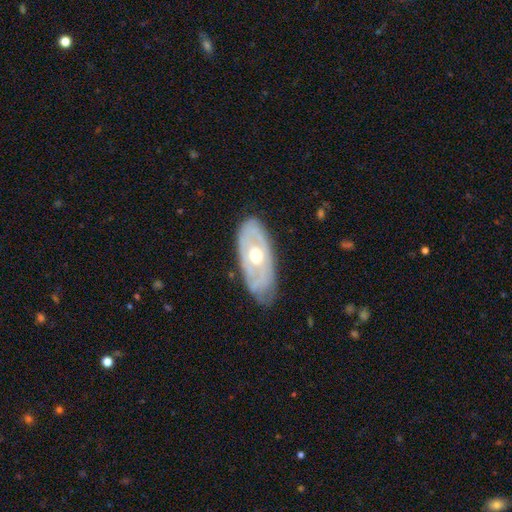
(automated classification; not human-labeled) smooth_or_featured: featured or disk (p=0.71) [alt: smooth p=0.24]
disk_edge_on: no (p=0.85) [alt: yes p=0.15]
bar: no (p=0.83) [alt: weak p=0.13]
has_spiral_arms: no (p=0.54) [alt: yes p=0.46]
bulge_size: moderate (p=0.77) [alt: small p=0.13]
merging: none (p=0.74) [alt: minor disturbance p=0.20]